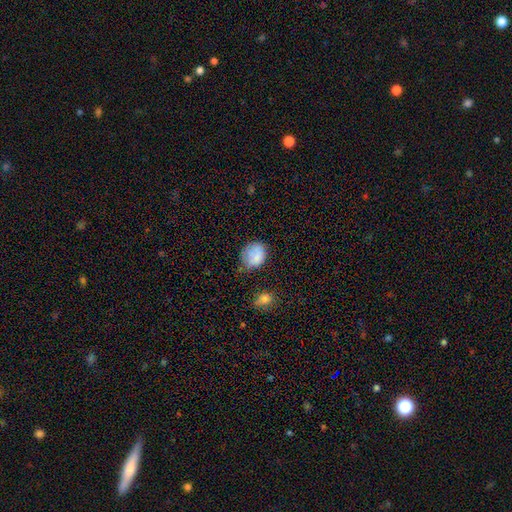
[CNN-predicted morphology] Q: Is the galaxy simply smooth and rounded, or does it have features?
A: smooth — 81%.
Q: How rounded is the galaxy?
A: round — 58%.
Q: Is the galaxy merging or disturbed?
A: none — 53%.